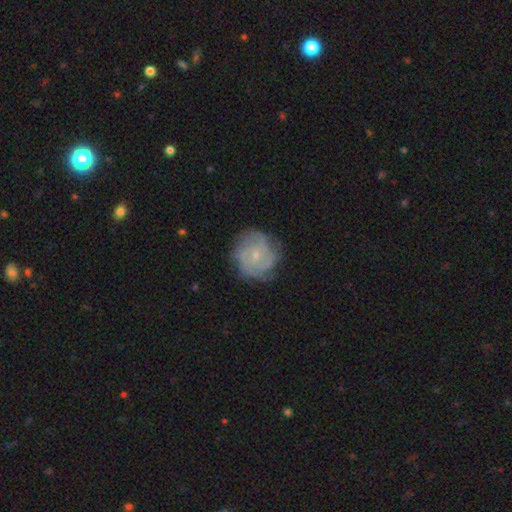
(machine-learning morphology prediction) This appears to be a featured or disk galaxy (73%) with no bar (75%), tight (61%) spiral arms (89%) and a small central bulge (74%). Merging: none (73%).